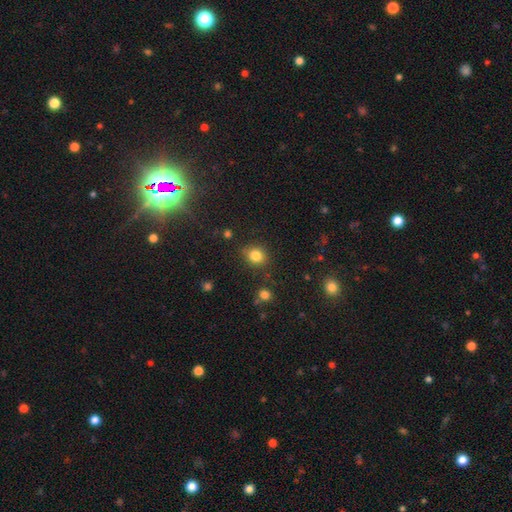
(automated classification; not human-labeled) smooth 82%, star or artifact 12%, featured or disk 6%. Down the decision tree: how rounded — round (70%); merging — none (80%).